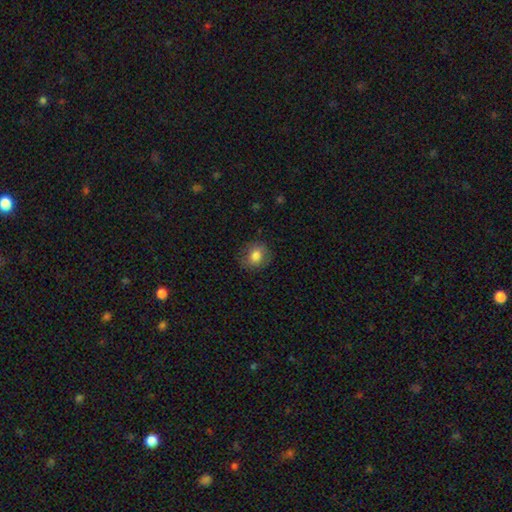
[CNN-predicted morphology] The model was most divided on "how rounded": round: 68%, in between: 31%, cigar-shaped: 1%. More confident: merging — none (82%); smooth or featured — smooth (79%).